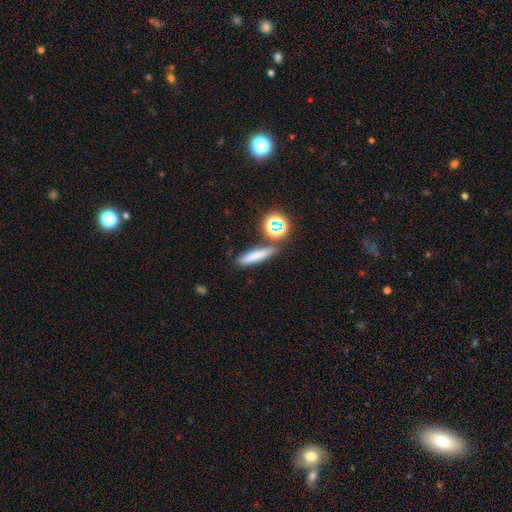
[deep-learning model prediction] smooth_or_featured: smooth (p=0.75) [alt: star or artifact p=0.14]
how_rounded: cigar-shaped (p=0.77) [alt: in between p=0.15]
merging: none (p=0.79) [alt: minor disturbance p=0.09]